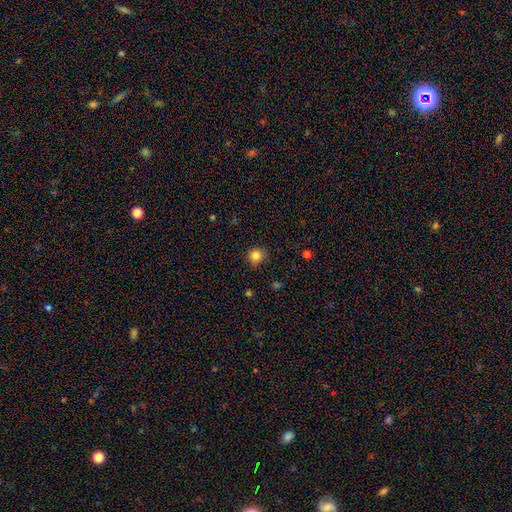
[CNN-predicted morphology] Overall: smooth (84%). How rounded: round (89%). Merging: none (87%).